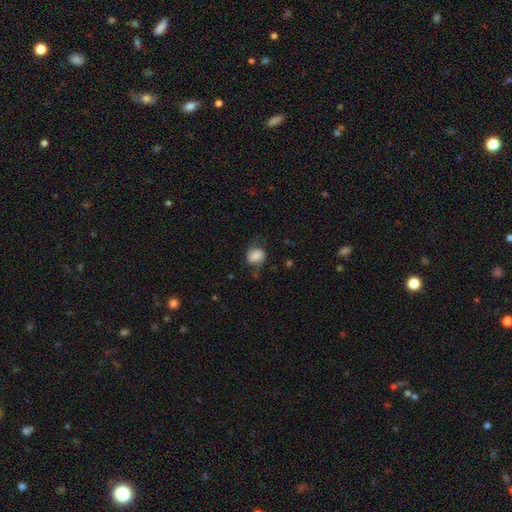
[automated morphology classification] Overall: smooth (68%). How rounded: round (50%; in between 49%). Merging: none (57%; minor disturbance 27%).